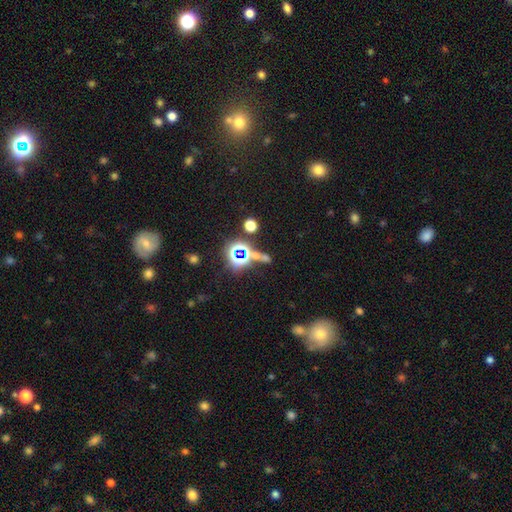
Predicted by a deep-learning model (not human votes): A star or artifact, not a galaxy (56%).

Vote fractions:
- Smooth or featured? star or artifact: 56% / smooth: 32% / featured or disk: 12%